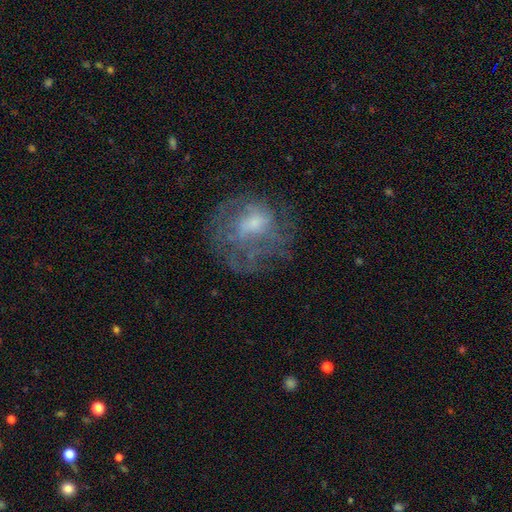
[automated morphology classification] Smooth or featured?
  - featured or disk: 46% *
  - star or artifact: 28%
  - smooth: 27%
Merging?
  - none: 70% *
  - minor disturbance: 15%
  - major disturbance: 13%
  - merger: 2%